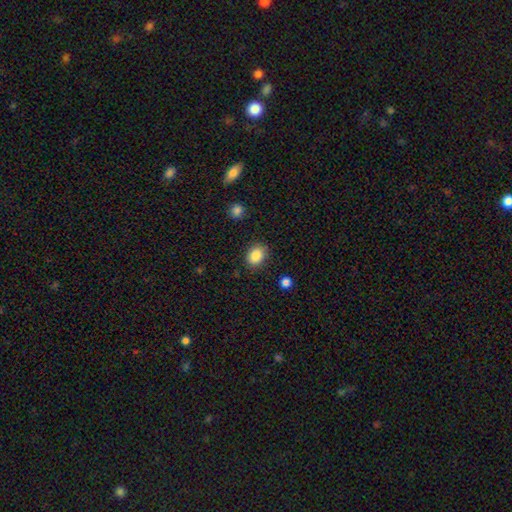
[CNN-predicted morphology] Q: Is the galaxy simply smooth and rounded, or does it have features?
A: smooth — 86%.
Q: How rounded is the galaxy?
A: in between — 62%.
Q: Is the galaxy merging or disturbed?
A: none — 84%.